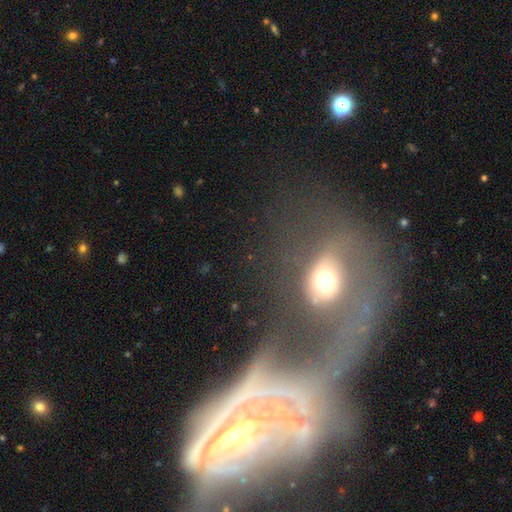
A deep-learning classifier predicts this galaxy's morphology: smooth-or-featured: featured or disk: 55% | smooth: 31% | star or artifact: 13%
  disk-edge-on: no: 89% | yes: 11%
  merging: merger: 61% | none: 16% | major disturbance: 15% | minor disturbance: 9%